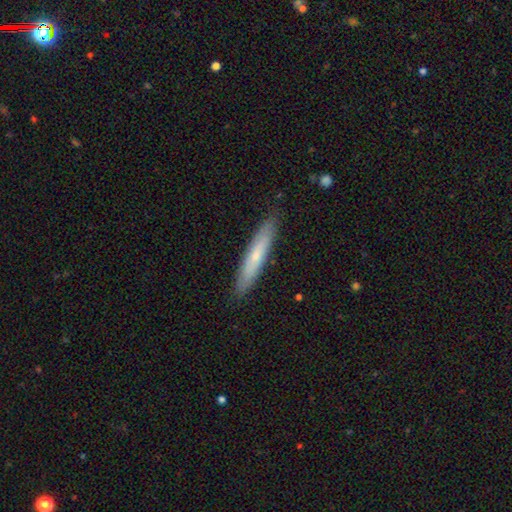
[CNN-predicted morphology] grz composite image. It shows a smooth galaxy with no disk features (59%) that is cigar-shaped (92%). Merging: none (89%).